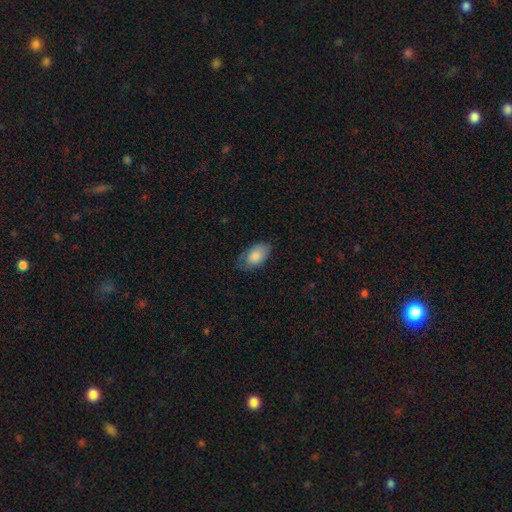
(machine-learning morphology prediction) This appears to be a smooth galaxy with no disk features (83%) that is in between round and cigar-shaped (93%). Merging: none (65%).